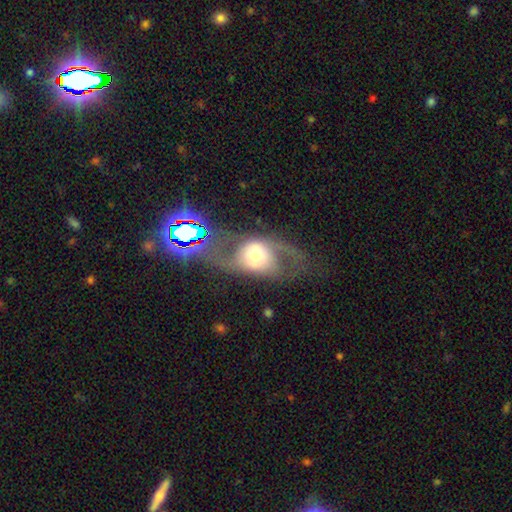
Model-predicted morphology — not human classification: featured or disk 55%, smooth 34%, star or artifact 11%. Down the decision tree: edge-on disk — no (89%); merging — none (43%).